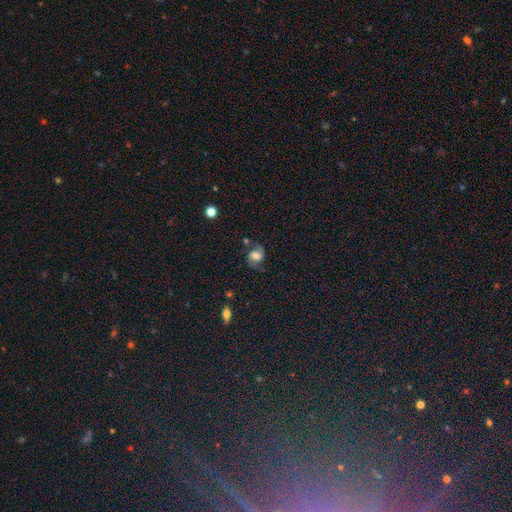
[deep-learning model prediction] This is likely a featured or disk galaxy (73%). It is clearly not viewed edge-on (98%). Bar: possibly no (48%). Spiral arm pattern: clearly yes (95%). Spiral arm count: clearly 2 (92%). Spiral winding: possibly medium (51%). Central bulge: possibly moderate (50%). Merging: likely none (72%).